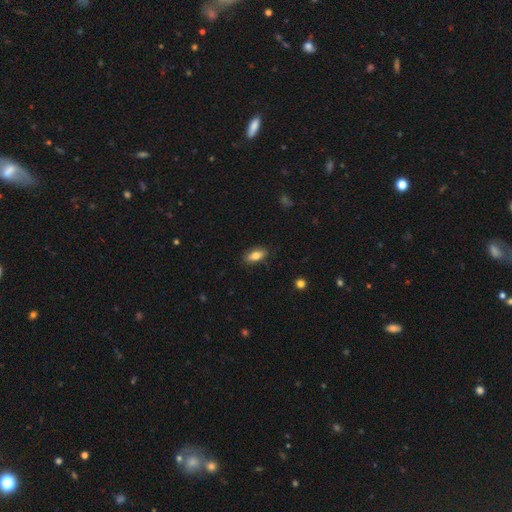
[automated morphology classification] Q: Smooth or featured?
A: smooth (79%); runner-up: featured or disk (14%)
Q: How rounded?
A: in between (86%); runner-up: cigar-shaped (11%)
Q: Merging?
A: none (85%); runner-up: minor disturbance (11%)